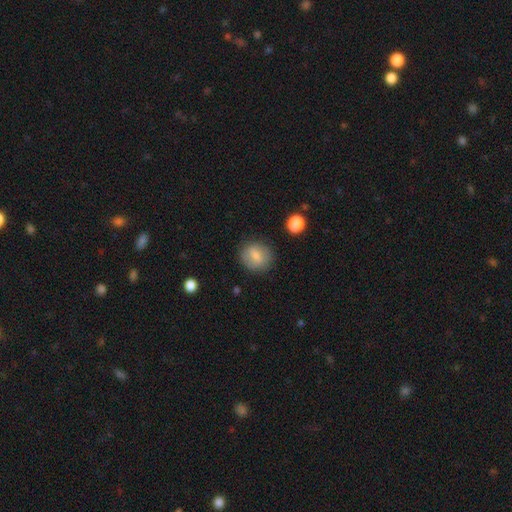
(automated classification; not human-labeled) The model was most divided on "how rounded": round: 73%, in between: 26%, cigar-shaped: 1%. More confident: merging — none (82%); smooth or featured — smooth (76%).